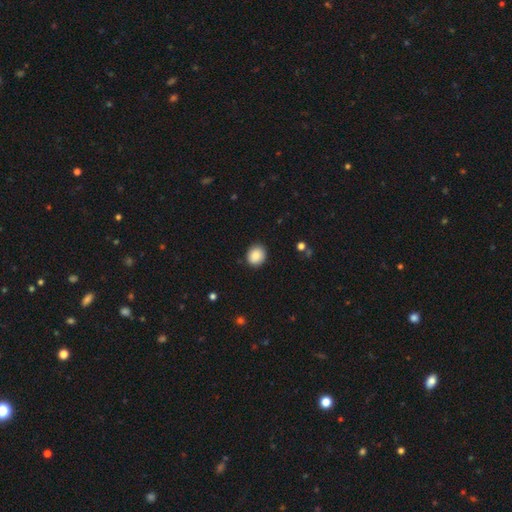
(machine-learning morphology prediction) This is clearly a smooth galaxy (88%). How rounded: likely round (74%). Merging: clearly none (88%).